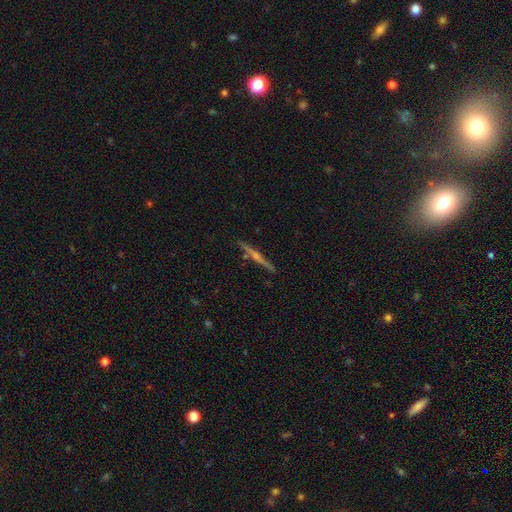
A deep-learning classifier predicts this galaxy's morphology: Smooth or featured? featured or disk (78%)
Edge-on disk? yes (98%)
Edge-on bulge? rounded (79%)
Merging? none (89%)